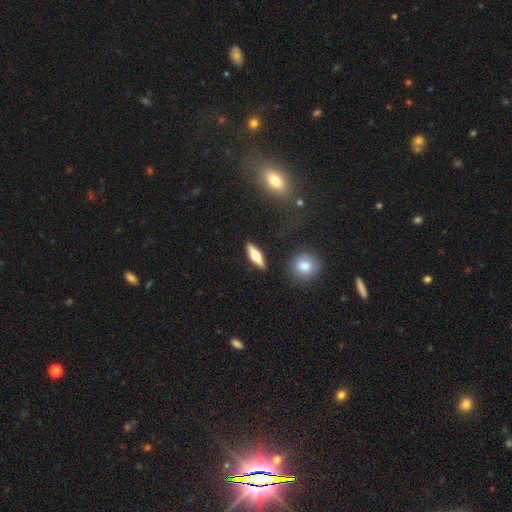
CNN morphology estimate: This is possibly a smooth galaxy (47%, tied with featured or disk). Merging: clearly none (88%).